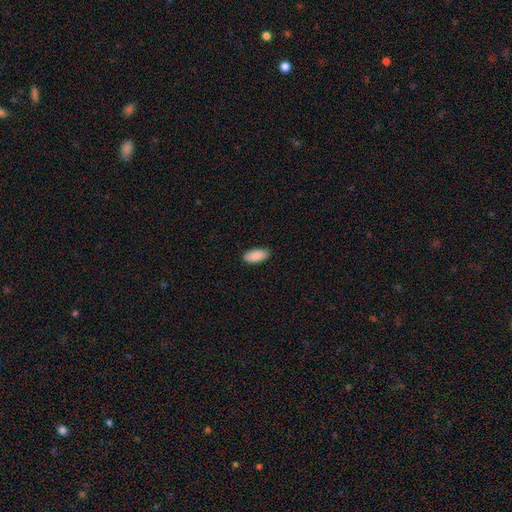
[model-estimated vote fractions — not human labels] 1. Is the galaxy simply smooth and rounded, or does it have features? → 90% smooth, 6% star or artifact, 4% featured or disk.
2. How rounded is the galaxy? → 89% in between, 9% cigar-shaped, 2% round.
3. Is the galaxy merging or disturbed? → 89% none, 8% minor disturbance, 2% major disturbance, 1% merger.